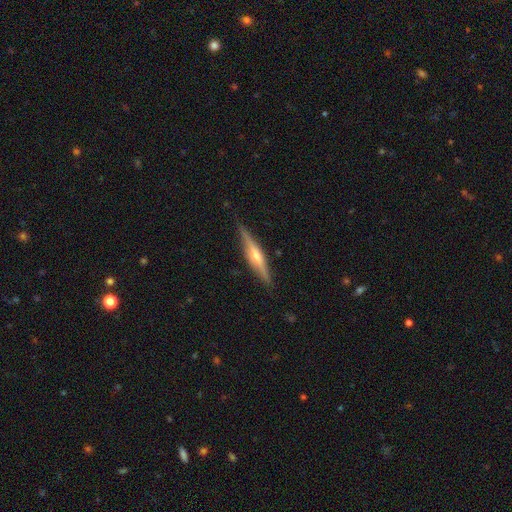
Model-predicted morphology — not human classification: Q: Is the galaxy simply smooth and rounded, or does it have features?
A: featured or disk — 73%.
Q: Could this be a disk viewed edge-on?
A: yes — 97%.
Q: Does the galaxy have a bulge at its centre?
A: rounded — 81%.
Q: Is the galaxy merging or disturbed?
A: none — 88%.